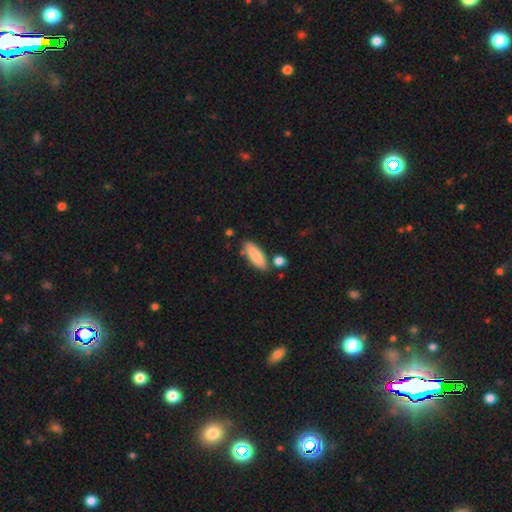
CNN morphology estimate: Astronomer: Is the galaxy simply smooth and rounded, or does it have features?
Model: smooth — 84%.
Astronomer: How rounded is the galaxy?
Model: in between — 60% (runner-up: cigar-shaped, 38%).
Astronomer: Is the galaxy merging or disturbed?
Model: none — 76%.